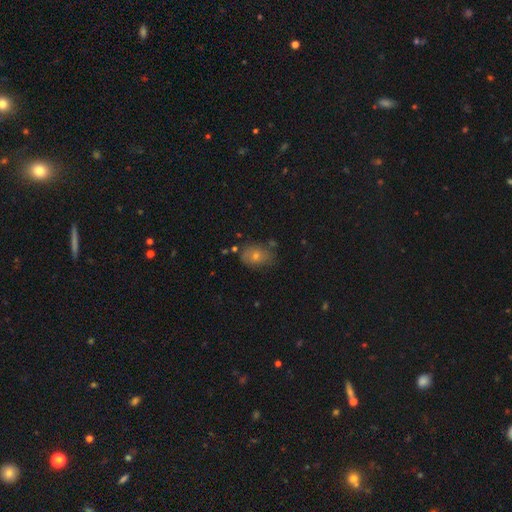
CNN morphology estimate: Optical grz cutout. It shows a smooth galaxy with no disk features (59%) that is in between round and cigar-shaped (64%). Merging: none (71%).